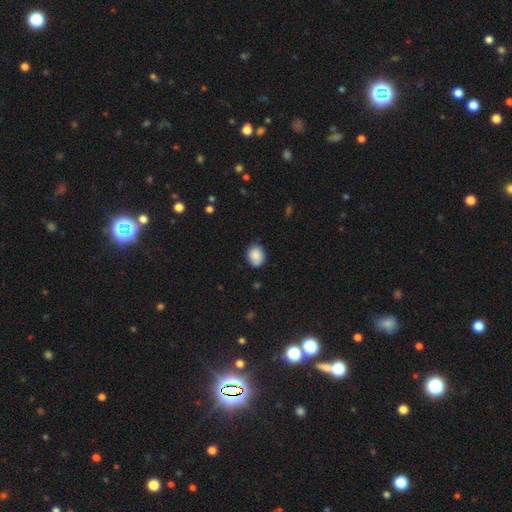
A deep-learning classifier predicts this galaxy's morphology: smooth_or_featured: smooth (p=0.85) [alt: featured or disk p=0.08]
how_rounded: in between (p=0.55) [alt: round p=0.45]
merging: none (p=0.77) [alt: minor disturbance p=0.19]